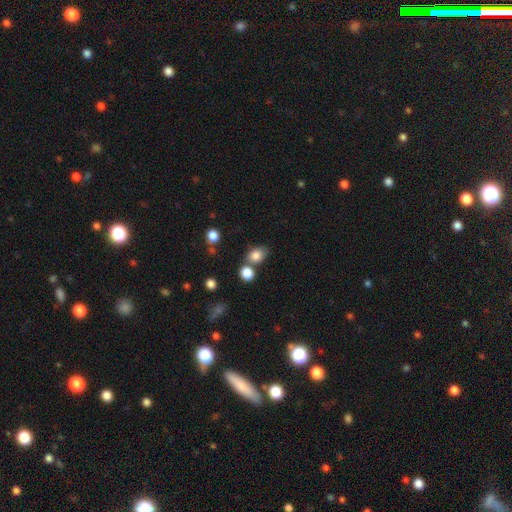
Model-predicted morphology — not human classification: A smooth galaxy with no disk features (82%) that is in between round and cigar-shaped (56%).

Vote fractions:
- Smooth or featured? smooth: 82% / star or artifact: 11% / featured or disk: 7%
- How rounded? in between: 56% / round: 43% / cigar-shaped: 1%
- Merging? none: 61% / merger: 20% / minor disturbance: 14% / major disturbance: 5%